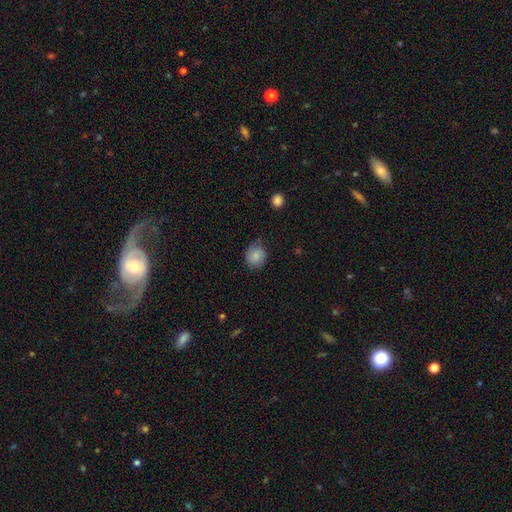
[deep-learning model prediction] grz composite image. It shows a smooth galaxy with no disk features (84%) that is round (81%). Merging: none (73%).